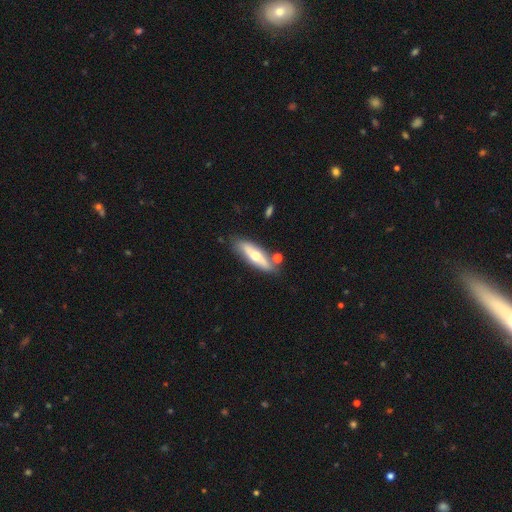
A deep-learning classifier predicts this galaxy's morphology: Smooth or featured? Predicted: featured or disk (p=0.49). Merging? Predicted: none (p=0.76).